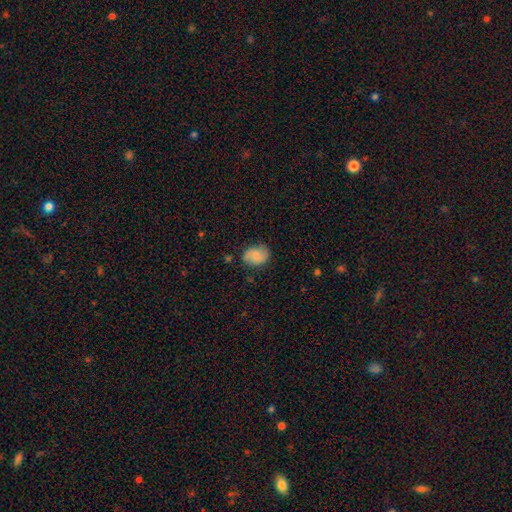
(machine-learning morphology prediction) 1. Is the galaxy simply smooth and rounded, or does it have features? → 60% smooth, 32% featured or disk, 8% star or artifact.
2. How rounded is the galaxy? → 65% in between, 33% round, 1% cigar-shaped.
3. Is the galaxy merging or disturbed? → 72% none, 21% minor disturbance, 5% major disturbance, 2% merger.